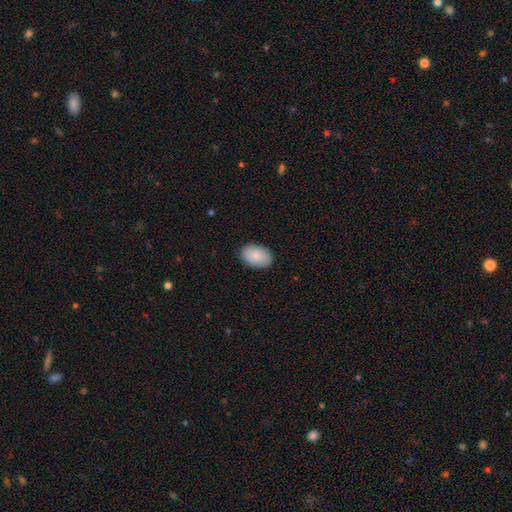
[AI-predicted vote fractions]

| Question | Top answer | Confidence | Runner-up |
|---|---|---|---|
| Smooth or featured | smooth | 85% | featured or disk (9%) |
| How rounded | in between | 88% | round (11%) |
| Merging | none | 88% | minor disturbance (9%) |